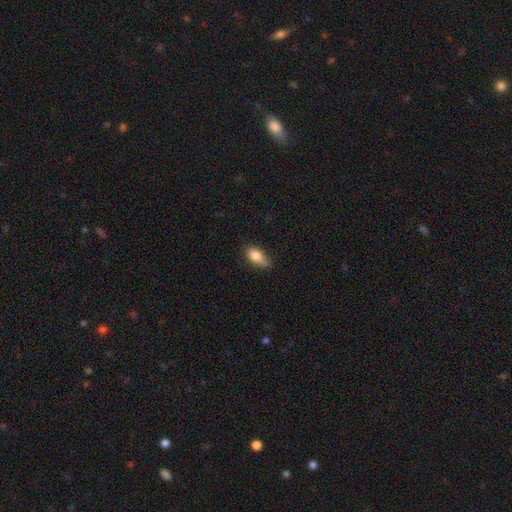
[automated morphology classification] This is clearly a smooth galaxy (81%). How rounded: clearly in between (82%). Merging: possibly none (53%).